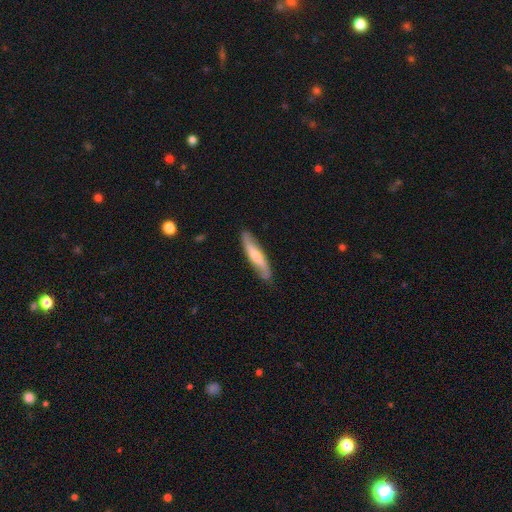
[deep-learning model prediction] A featured or disk galaxy (49%). Merging: none (84%).